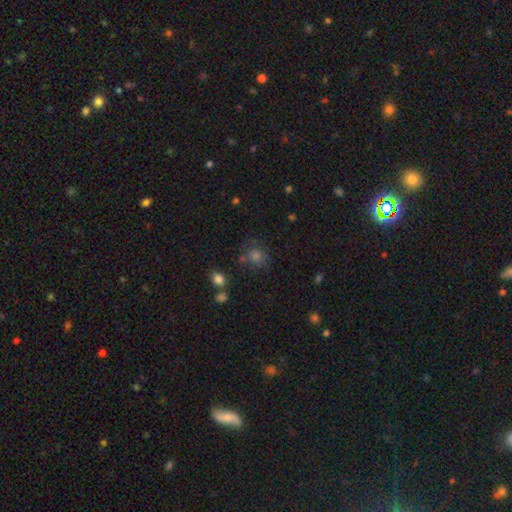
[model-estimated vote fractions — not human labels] smooth_or_featured: smooth (p=0.62) [alt: star or artifact p=0.24]
how_rounded: round (p=0.79) [alt: in between p=0.20]
merging: none (p=0.65) [alt: minor disturbance p=0.17]